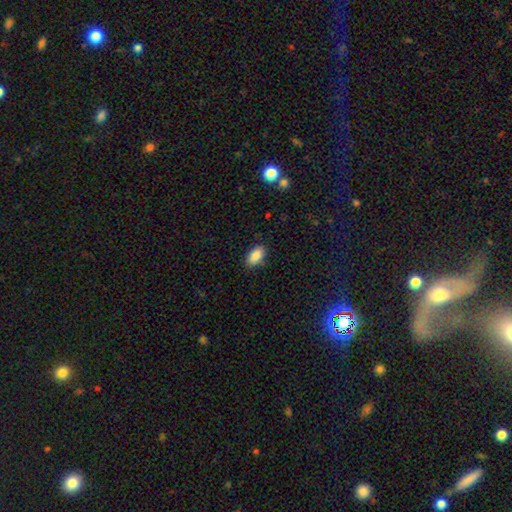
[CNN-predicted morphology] A smooth galaxy with no disk features (88%) that is in between round and cigar-shaped (93%). Merging: none (87%).